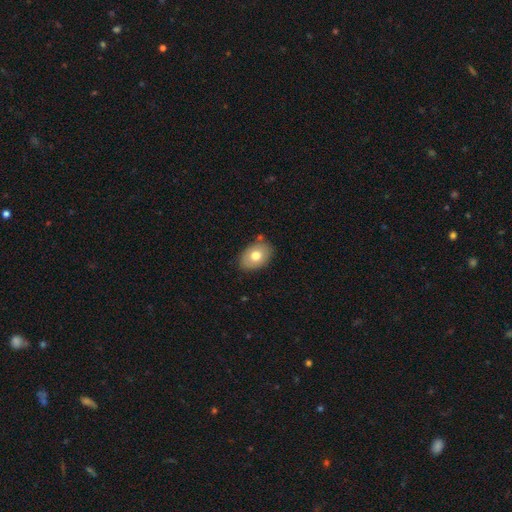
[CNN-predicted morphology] Smooth or featured: smooth — 73% (featured or disk — 19%)
How rounded: in between — 80% (round — 19%)
Merging: none — 81% (minor disturbance — 13%)